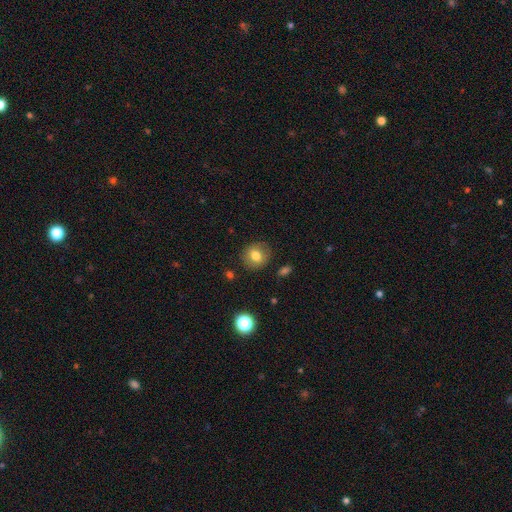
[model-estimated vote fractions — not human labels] smooth_or_featured: smooth (p=0.76) [alt: featured or disk p=0.14]
how_rounded: round (p=0.82) [alt: in between p=0.17]
merging: none (p=0.86) [alt: minor disturbance p=0.10]